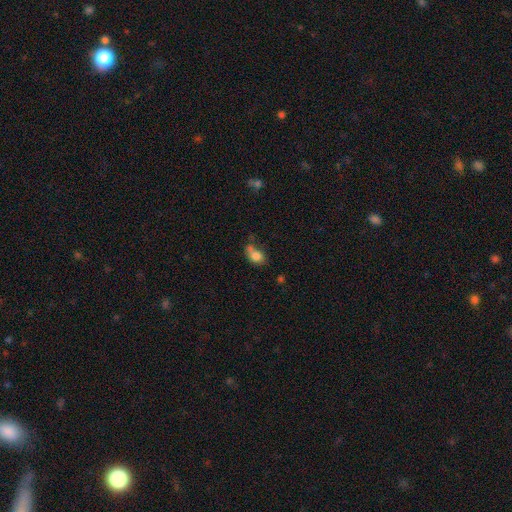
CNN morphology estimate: This appears to be a smooth galaxy with no disk features (78%) that is in between round and cigar-shaped (62%). Merging: none (34%).